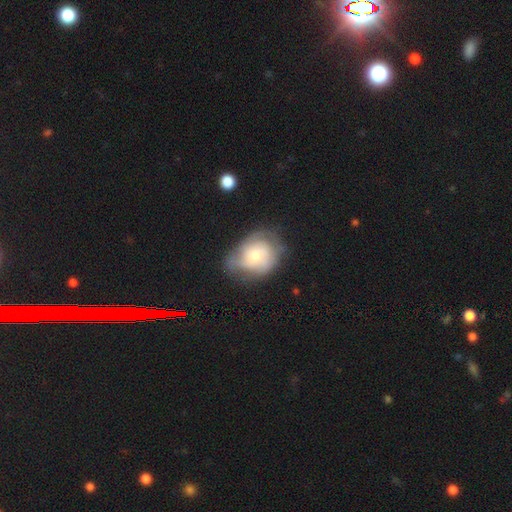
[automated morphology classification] Q: Smooth or featured?
A: featured or disk (51%); runner-up: smooth (42%)
Q: Edge-on disk?
A: no (96%); runner-up: yes (4%)
Q: Merging?
A: none (48%); runner-up: minor disturbance (33%)